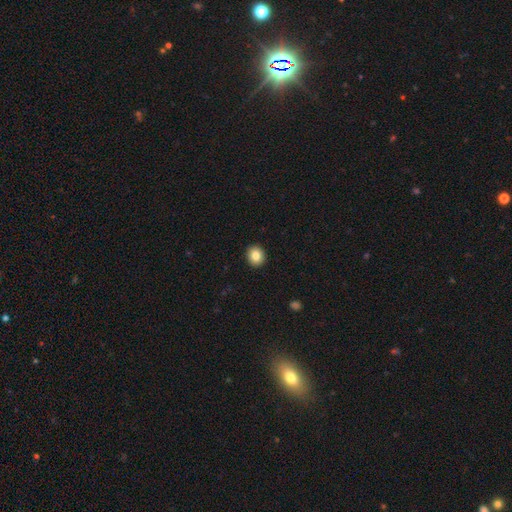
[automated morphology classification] This is clearly a smooth galaxy (84%). How rounded: likely round (79%). Merging: clearly none (93%).